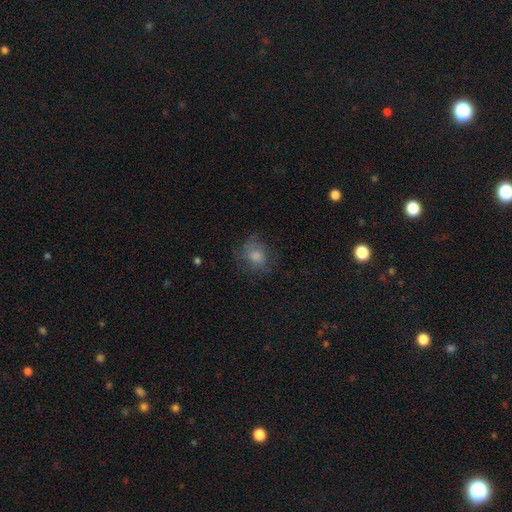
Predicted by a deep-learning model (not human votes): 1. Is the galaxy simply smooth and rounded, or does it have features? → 50% smooth, 31% featured or disk, 18% star or artifact.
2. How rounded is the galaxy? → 68% round, 31% in between, 1% cigar-shaped.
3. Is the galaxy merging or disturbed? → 68% none, 19% minor disturbance, 12% major disturbance, 1% merger.